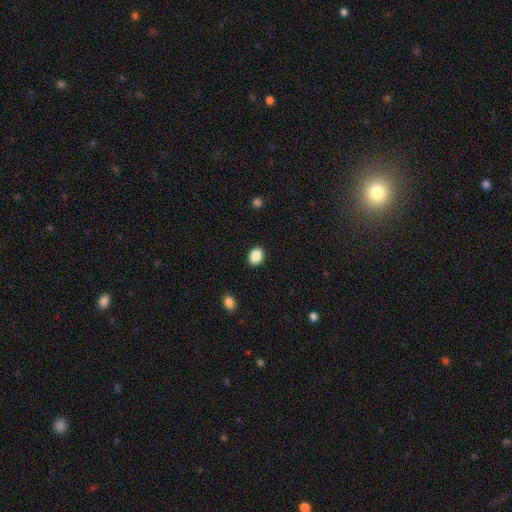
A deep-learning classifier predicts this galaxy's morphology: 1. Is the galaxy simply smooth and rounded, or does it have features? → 89% smooth, 8% star or artifact, 3% featured or disk.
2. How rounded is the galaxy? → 66% in between, 34% round, 1% cigar-shaped.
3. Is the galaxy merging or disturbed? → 90% none, 7% minor disturbance, 2% major disturbance, 1% merger.